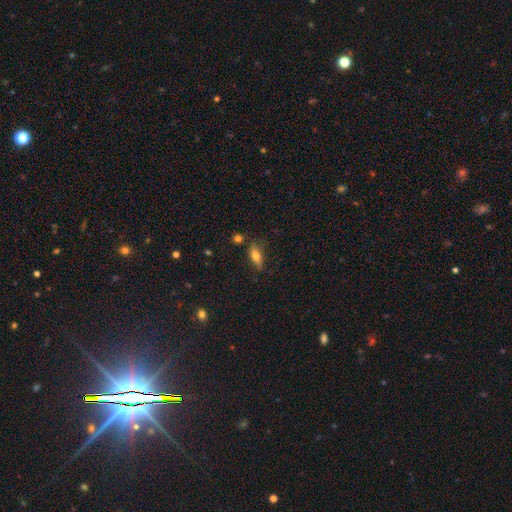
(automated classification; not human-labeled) smooth-or-featured: smooth: 69% | featured or disk: 23% | star or artifact: 9%
  how-rounded: in between: 62% | cigar-shaped: 34% | round: 4%
  merging: none: 70% | minor disturbance: 20% | major disturbance: 5% | merger: 4%